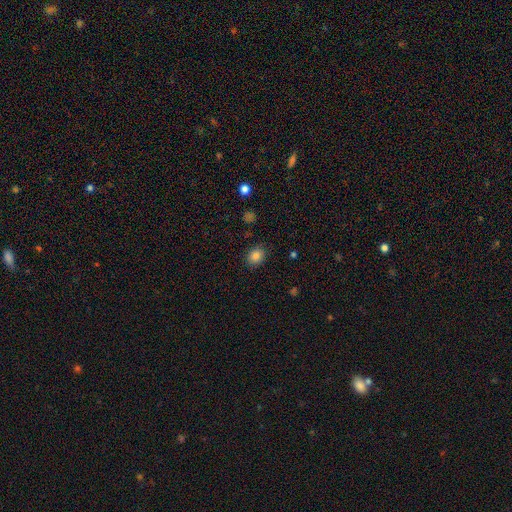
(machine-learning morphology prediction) Smooth or featured? smooth (84%)
How rounded? round (52%)
Merging? none (87%)